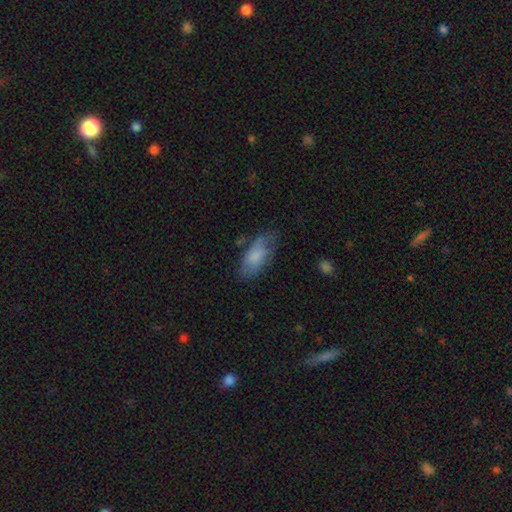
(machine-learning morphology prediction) Smooth or featured: smooth — 72% (featured or disk — 21%)
How rounded: in between — 89% (cigar-shaped — 9%)
Merging: none — 58% (minor disturbance — 28%)